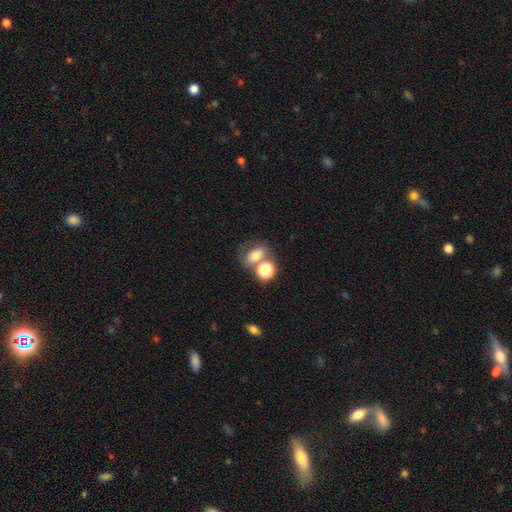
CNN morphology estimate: Smooth or featured: smooth — 71% (featured or disk — 15%)
How rounded: in between — 67% (round — 31%)
Merging: none — 47% (merger — 33%)